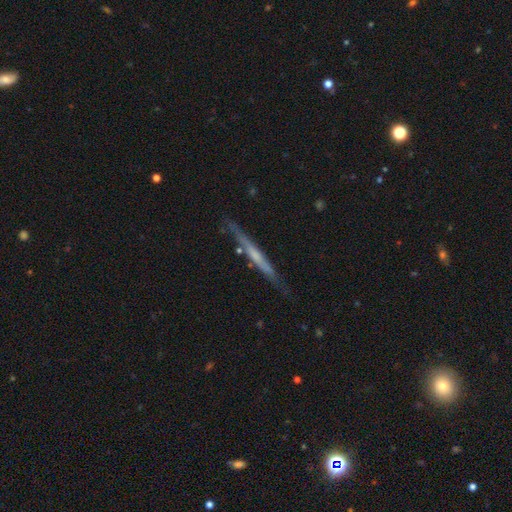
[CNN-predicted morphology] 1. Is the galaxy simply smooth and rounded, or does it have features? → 62% featured or disk, 32% smooth, 6% star or artifact.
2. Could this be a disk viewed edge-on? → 95% yes, 5% no.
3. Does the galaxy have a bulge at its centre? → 62% none, 27% rounded, 11% boxy.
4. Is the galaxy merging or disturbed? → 78% none, 15% minor disturbance, 3% major disturbance, 3% merger.